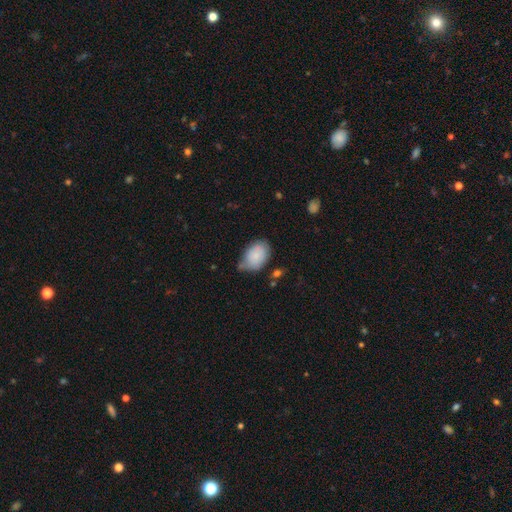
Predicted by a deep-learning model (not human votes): smooth_or_featured: smooth (p=0.82) [alt: featured or disk p=0.11]
how_rounded: in between (p=0.86) [alt: round p=0.13]
merging: none (p=0.53) [alt: minor disturbance p=0.34]